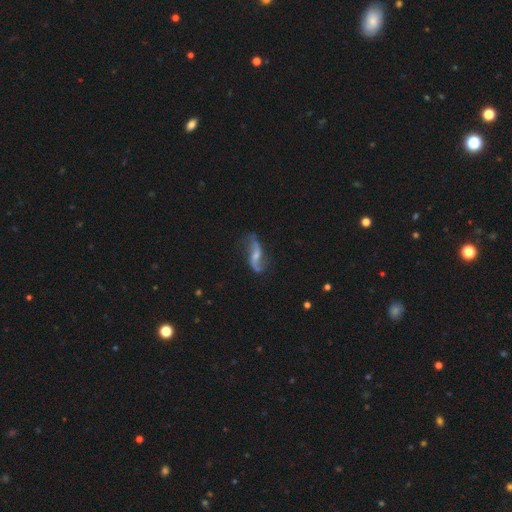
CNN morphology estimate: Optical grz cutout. It shows a featured or disk galaxy (81%) with a weak bar (43%), 2 (91%) loose (87%) spiral arms (93%) and a small central bulge (48%). Merging: none (66%).